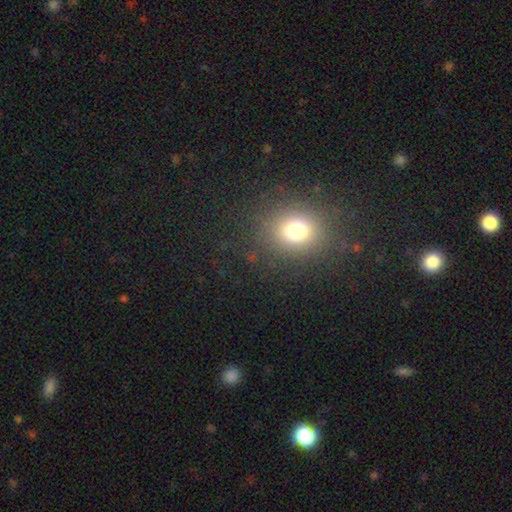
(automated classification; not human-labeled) The model was most divided on "smooth or featured": smooth: 68%, star or artifact: 26%, featured or disk: 7%. More confident: merging — none (90%); how rounded — round (75%).